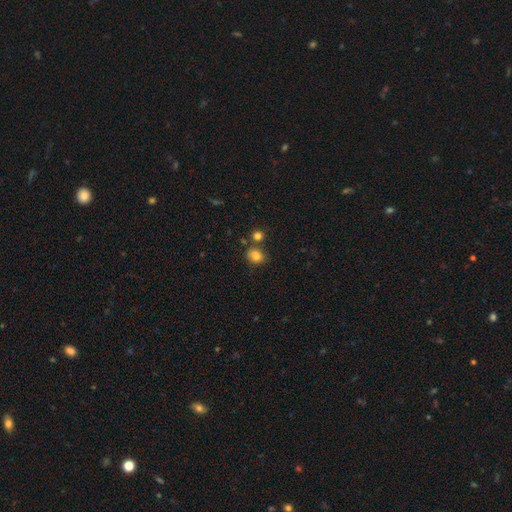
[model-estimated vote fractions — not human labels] A smooth galaxy with no disk features (83%) that is round (52%). Merging: none (69%).